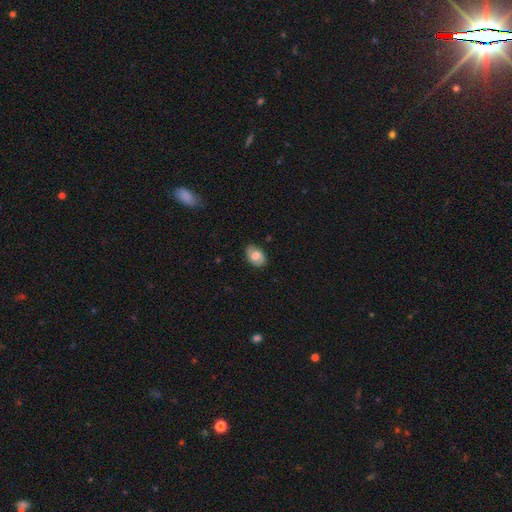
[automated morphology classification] A smooth galaxy with no disk features (65%) that is in between round and cigar-shaped (84%).

Vote fractions:
- Smooth or featured? smooth: 65% / featured or disk: 28% / star or artifact: 7%
- How rounded? in between: 84% / round: 15% / cigar-shaped: 1%
- Merging? none: 83% / minor disturbance: 13% / major disturbance: 3% / merger: 1%